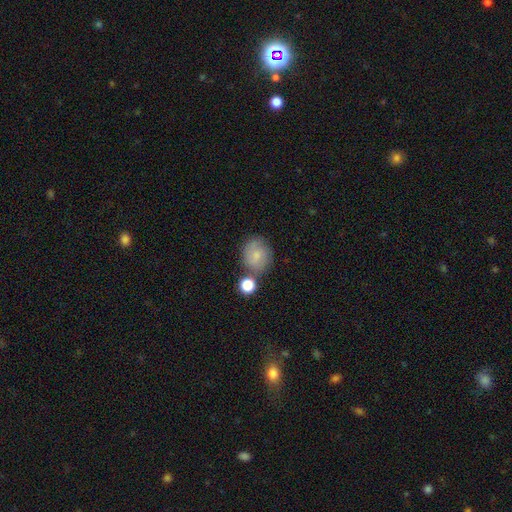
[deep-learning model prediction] The model was most divided on "merging": none: 61%, minor disturbance: 18%, merger: 15%, major disturbance: 6%. More confident: how rounded — round (73%); smooth or featured — smooth (68%).